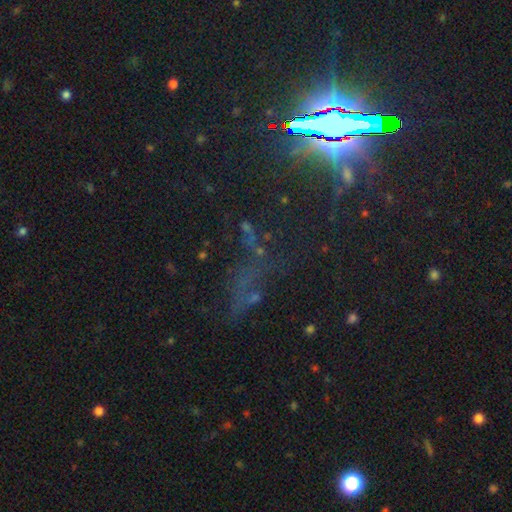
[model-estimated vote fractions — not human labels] star or artifact 70%, featured or disk 15%, smooth 15%.